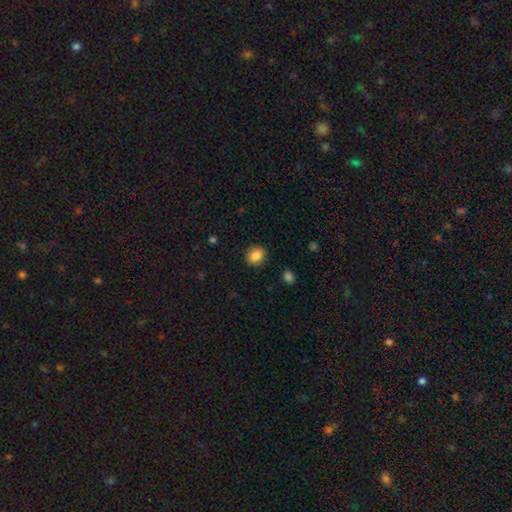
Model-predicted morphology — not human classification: Smooth or featured? smooth (87%)
How rounded? round (67%)
Merging? none (88%)